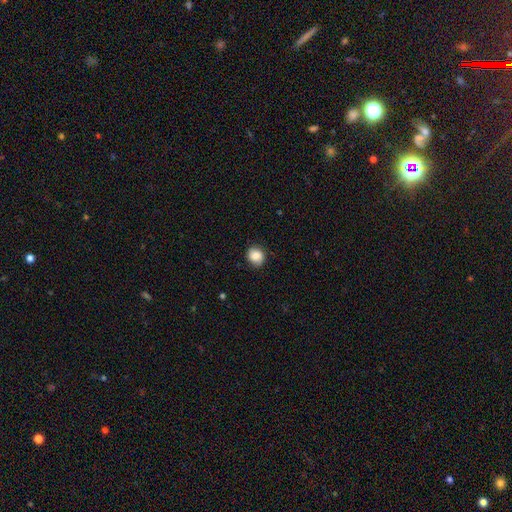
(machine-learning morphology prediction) This is clearly a smooth galaxy (80%). How rounded: likely round (77%). Merging: clearly none (82%).